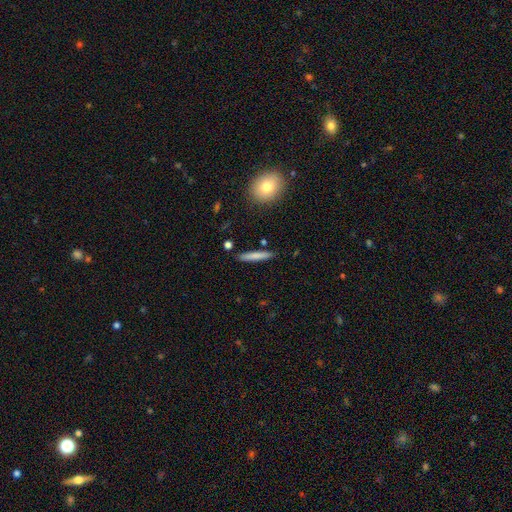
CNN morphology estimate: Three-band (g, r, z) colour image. It shows a smooth galaxy with no disk features (76%) that is cigar-shaped (91%). Merging: none (88%).